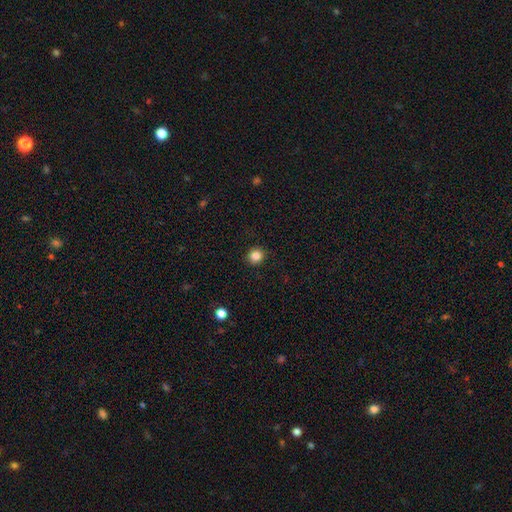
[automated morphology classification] smooth_or_featured: smooth (p=0.83) [alt: star or artifact p=0.12]
how_rounded: round (p=0.91) [alt: in between p=0.08]
merging: none (p=0.92) [alt: minor disturbance p=0.05]